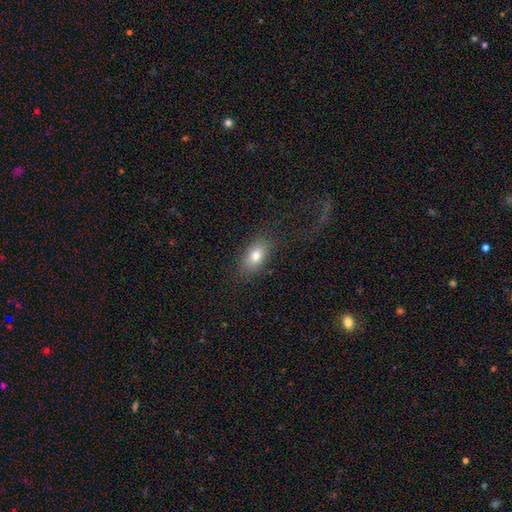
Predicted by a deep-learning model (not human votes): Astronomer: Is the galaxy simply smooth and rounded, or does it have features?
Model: smooth — 79%.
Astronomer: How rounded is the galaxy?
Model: in between — 86%.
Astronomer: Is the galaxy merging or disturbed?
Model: none — 81%.